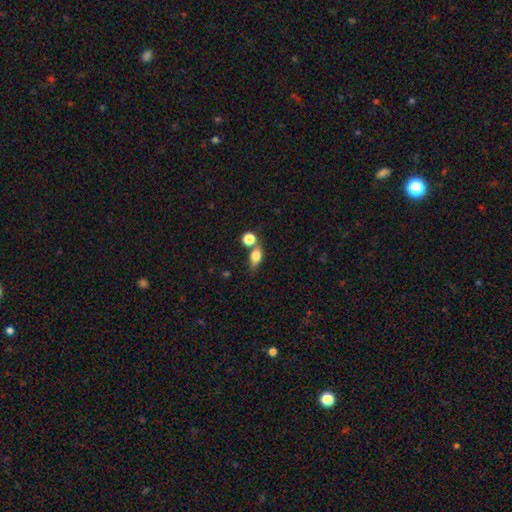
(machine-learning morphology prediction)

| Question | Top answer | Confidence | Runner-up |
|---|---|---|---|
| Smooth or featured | smooth | 79% | featured or disk (11%) |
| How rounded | in between | 70% | round (25%) |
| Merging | none | 50% | merger (29%) |